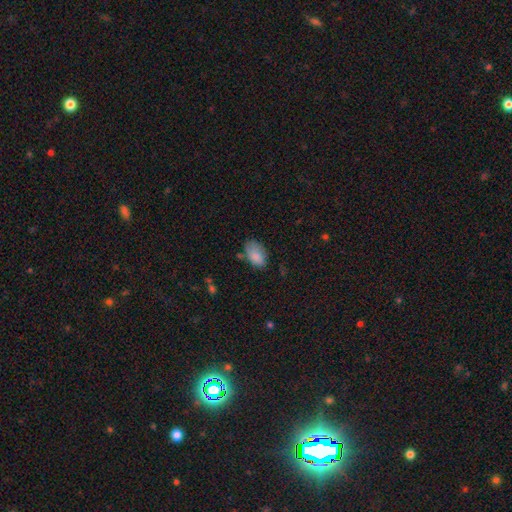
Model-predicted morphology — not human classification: type=smooth (85%); roundness=in between (92%); merging=none (61%).